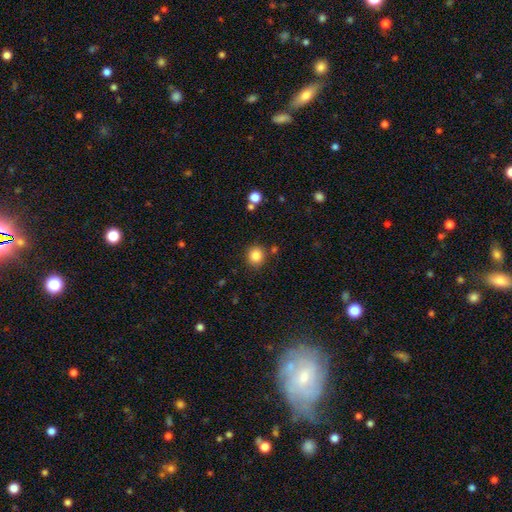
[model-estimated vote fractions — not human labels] The model was most divided on "smooth or featured": smooth: 84%, star or artifact: 11%, featured or disk: 5%. More confident: how rounded — round (87%); merging — none (85%).